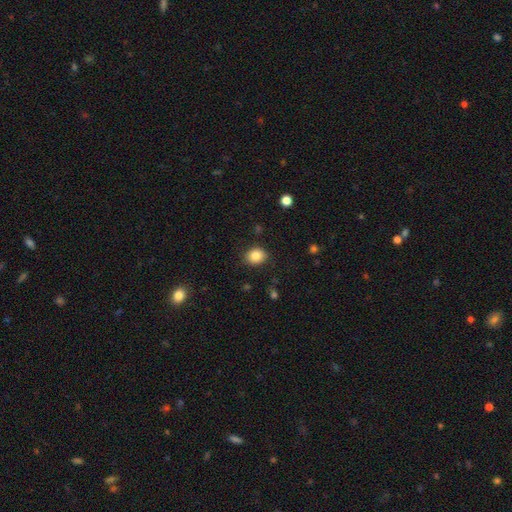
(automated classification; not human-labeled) A smooth galaxy with no disk features (85%) that is round (56%). Merging: none (87%).